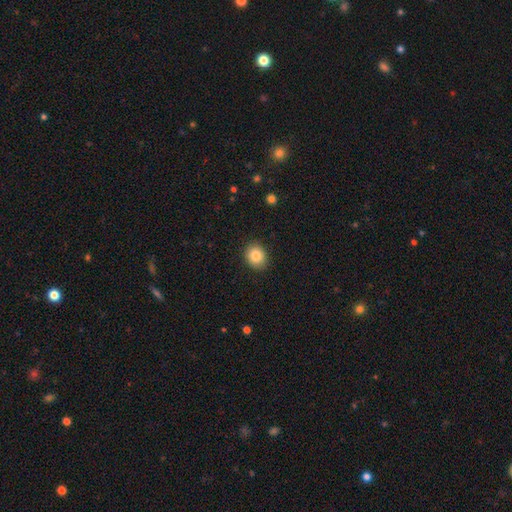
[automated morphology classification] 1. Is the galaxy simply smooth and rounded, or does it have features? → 84% smooth, 9% star or artifact, 7% featured or disk.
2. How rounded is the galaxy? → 64% round, 36% in between, 1% cigar-shaped.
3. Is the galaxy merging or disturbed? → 90% none, 7% minor disturbance, 2% major disturbance, 1% merger.